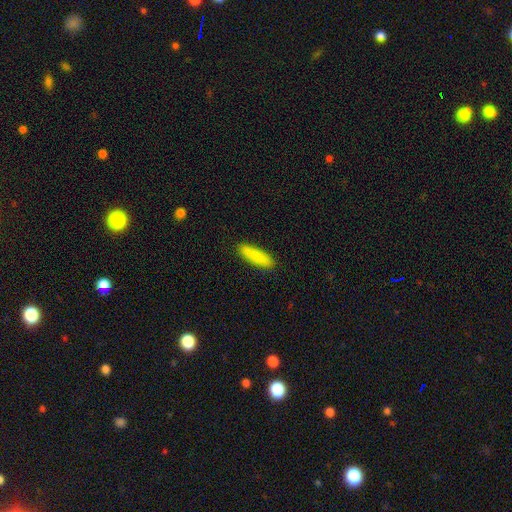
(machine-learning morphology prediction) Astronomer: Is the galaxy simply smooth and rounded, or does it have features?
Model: smooth — 87%.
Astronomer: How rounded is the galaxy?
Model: cigar-shaped — 71%.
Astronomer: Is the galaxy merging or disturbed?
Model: none — 90%.